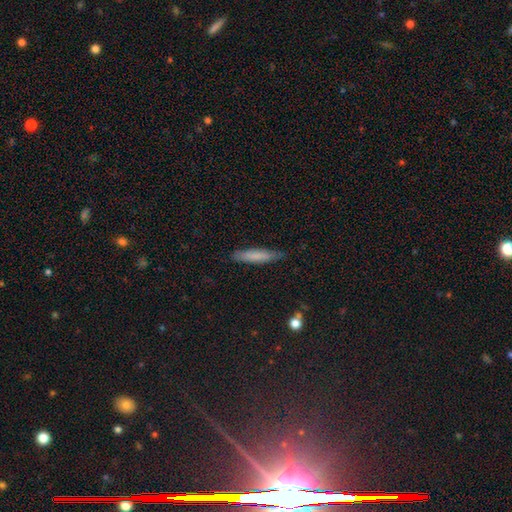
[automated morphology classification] This is likely a smooth galaxy (74%). How rounded: clearly cigar-shaped (87%). Merging: likely none (80%).